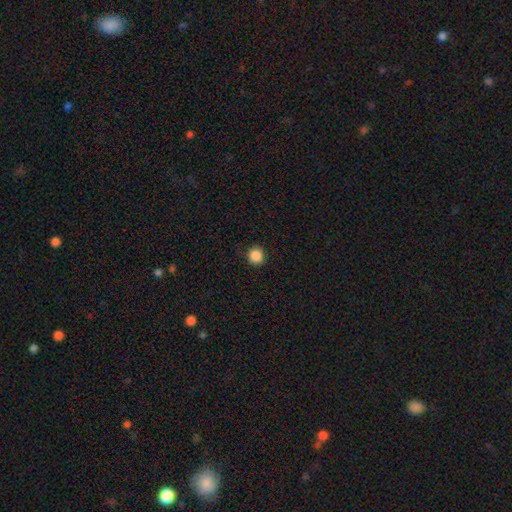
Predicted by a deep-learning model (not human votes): smooth_or_featured: smooth (p=0.87) [alt: star or artifact p=0.10]
how_rounded: round (p=0.94) [alt: in between p=0.05]
merging: none (p=0.91) [alt: minor disturbance p=0.06]